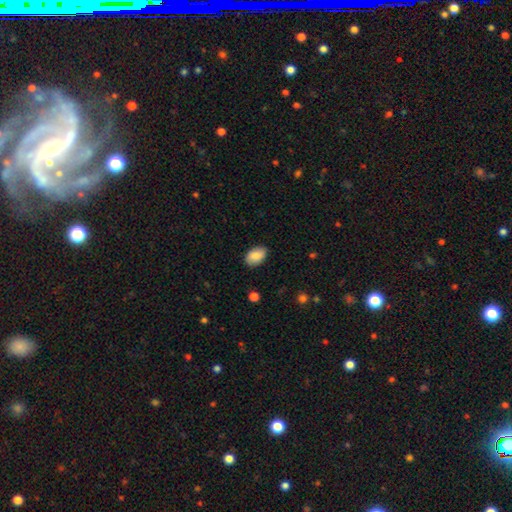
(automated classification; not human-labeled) A smooth galaxy with no disk features (85%) that is in between round and cigar-shaped (90%). Merging: none (85%).